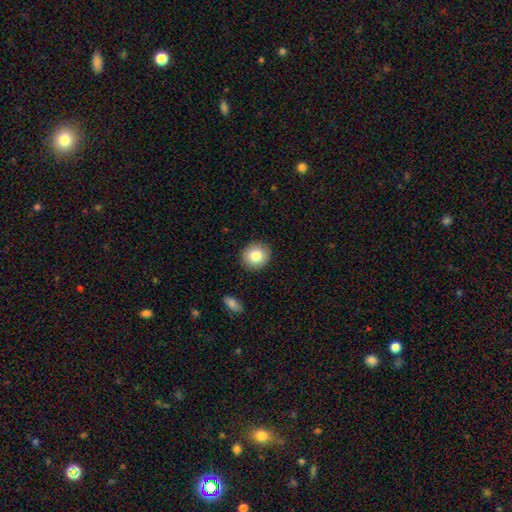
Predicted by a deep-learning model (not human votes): Overall: smooth (82%). How rounded: round (84%). Merging: none (90%).